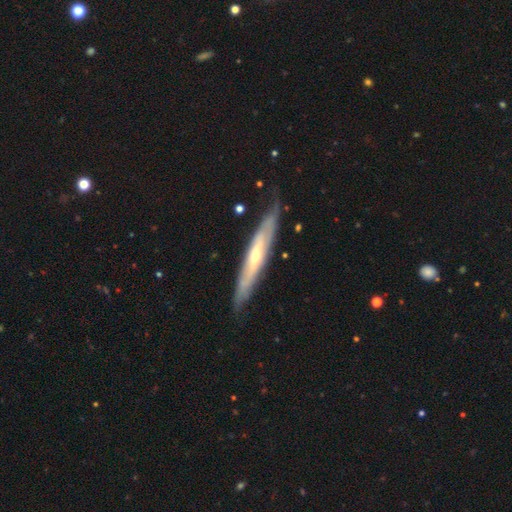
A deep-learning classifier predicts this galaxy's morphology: smooth_or_featured: featured or disk (p=0.72) [alt: smooth p=0.22]
disk_edge_on: yes (p=0.70) [alt: no p=0.30]
edge_on_bulge: rounded (p=0.70) [alt: none p=0.27]
merging: none (p=0.79) [alt: minor disturbance p=0.17]